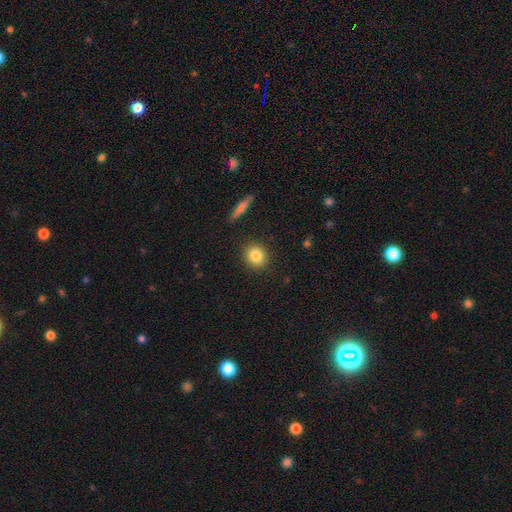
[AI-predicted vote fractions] This is clearly a smooth galaxy (84%). How rounded: clearly round (80%). Merging: clearly none (90%).